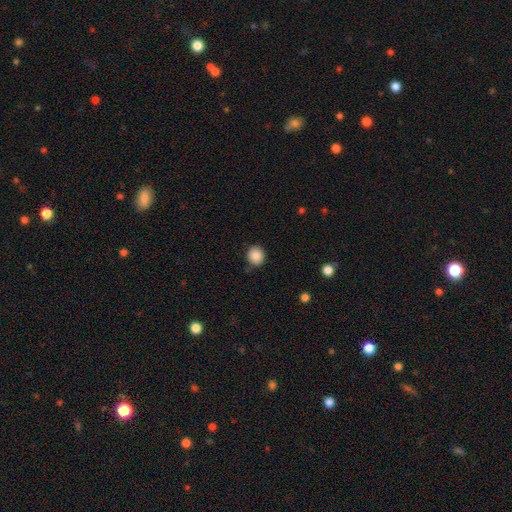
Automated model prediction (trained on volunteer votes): smooth-or-featured: smooth: 88% | star or artifact: 9% | featured or disk: 3%
  how-rounded: round: 83% | in between: 16% | cigar-shaped: 1%
  merging: none: 83% | minor disturbance: 13% | major disturbance: 3% | merger: 2%